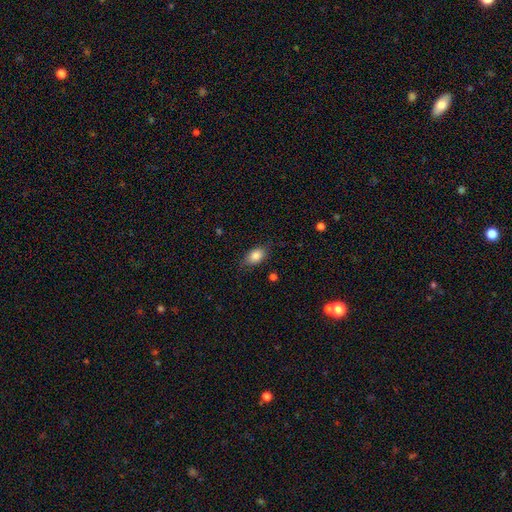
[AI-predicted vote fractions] This appears to be a smooth galaxy with no disk features (85%) that is in between round and cigar-shaped (83%). Merging: none (76%).